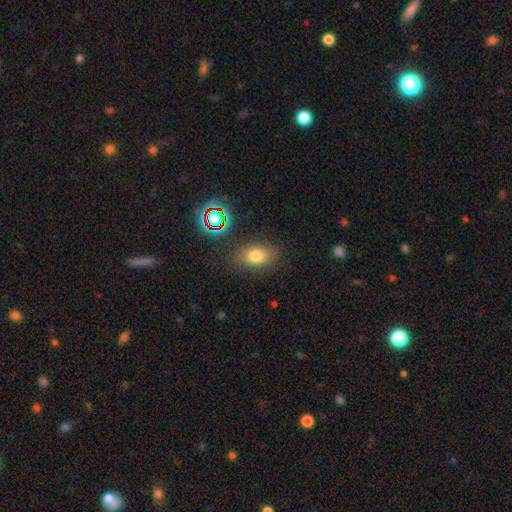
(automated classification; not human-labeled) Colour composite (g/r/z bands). It shows a smooth galaxy with no disk features (73%) that is in between round and cigar-shaped (79%). Merging: none (83%).